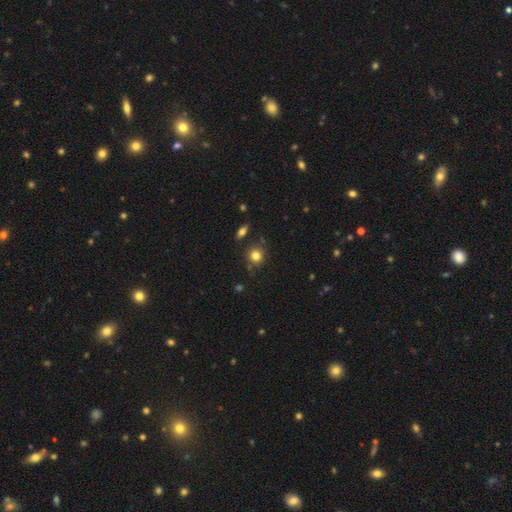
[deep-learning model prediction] Overall: smooth (79%). How rounded: round (86%). Merging: none (79%).